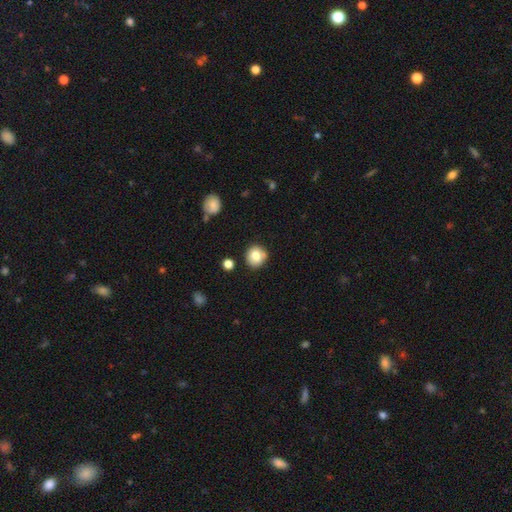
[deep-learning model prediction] Q: Smooth or featured?
A: smooth (79%); runner-up: featured or disk (11%)
Q: How rounded?
A: round (91%); runner-up: in between (8%)
Q: Merging?
A: none (84%); runner-up: minor disturbance (10%)